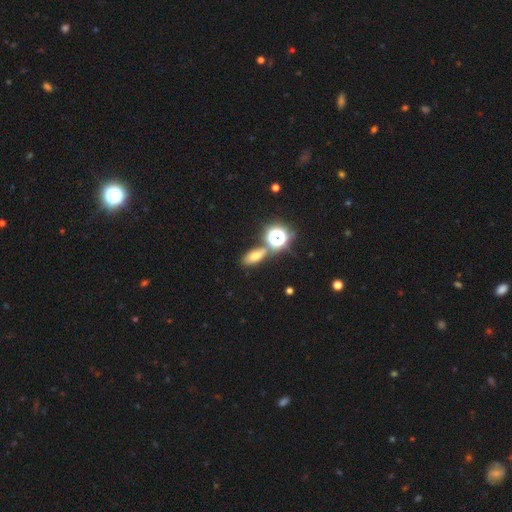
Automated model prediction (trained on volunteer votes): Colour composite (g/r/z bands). It shows a smooth galaxy with no disk features (61%) that is in between round and cigar-shaped (74%). Merging: none (70%).